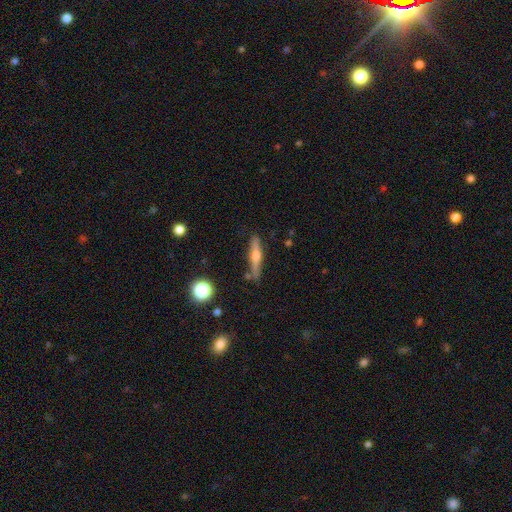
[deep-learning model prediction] Overall: featured or disk (66%; smooth 27%). Edge-on disk: yes (97%). Edge-on bulge: rounded (92%). Merging: none (83%).